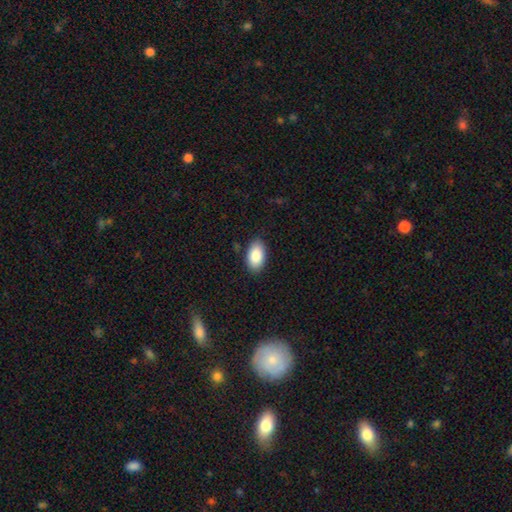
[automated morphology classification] A smooth galaxy with no disk features (88%) that is in between round and cigar-shaped (94%). Merging: none (87%).